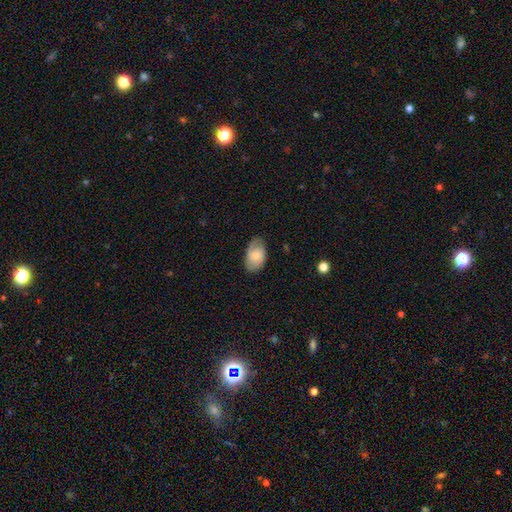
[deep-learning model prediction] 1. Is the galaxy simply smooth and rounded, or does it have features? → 62% smooth, 32% featured or disk, 7% star or artifact.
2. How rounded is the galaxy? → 91% in between, 8% round, 1% cigar-shaped.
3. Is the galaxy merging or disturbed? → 70% none, 24% minor disturbance, 5% major disturbance, 1% merger.